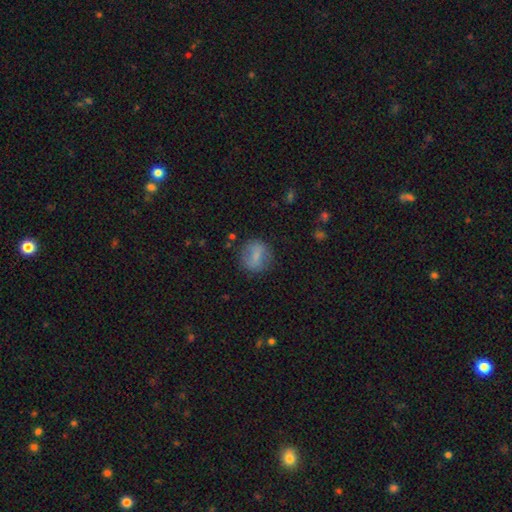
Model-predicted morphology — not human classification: Q: Smooth or featured?
A: smooth (69%); runner-up: featured or disk (23%)
Q: How rounded?
A: round (73%); runner-up: in between (25%)
Q: Merging?
A: none (75%); runner-up: minor disturbance (16%)